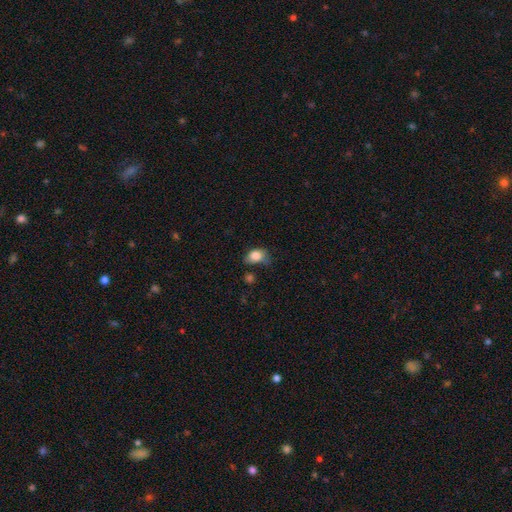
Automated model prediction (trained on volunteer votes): A smooth galaxy with no disk features (83%) that is in between round and cigar-shaped (76%). Merging: none (39%, tied with minor disturbance).